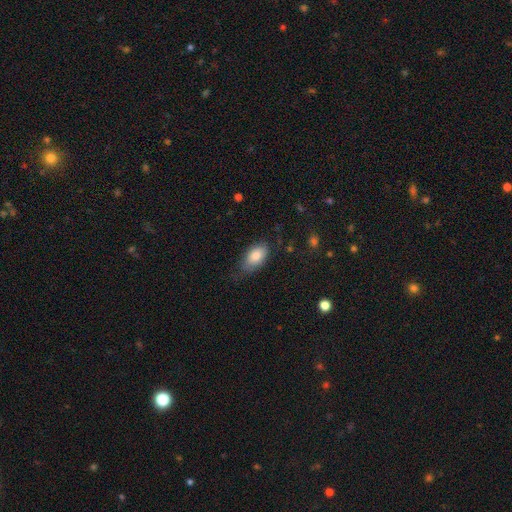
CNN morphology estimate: smooth-or-featured: smooth: 83% | featured or disk: 11% | star or artifact: 7%
  how-rounded: in between: 92% | round: 5% | cigar-shaped: 3%
  merging: none: 63% | minor disturbance: 27% | major disturbance: 8% | merger: 2%